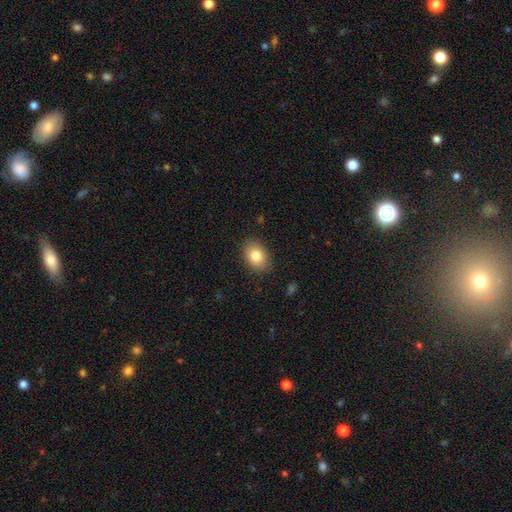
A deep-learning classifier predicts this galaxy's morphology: Smooth or featured: smooth — 82% (featured or disk — 9%)
How rounded: in between — 72% (round — 27%)
Merging: none — 87% (minor disturbance — 10%)